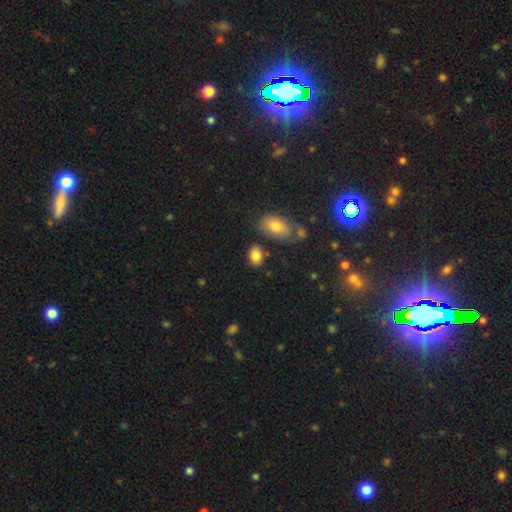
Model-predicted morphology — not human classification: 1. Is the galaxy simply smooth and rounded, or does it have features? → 84% smooth, 9% star or artifact, 7% featured or disk.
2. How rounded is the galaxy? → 75% in between, 24% round, 1% cigar-shaped.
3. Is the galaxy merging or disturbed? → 77% none, 12% minor disturbance, 7% merger, 3% major disturbance.